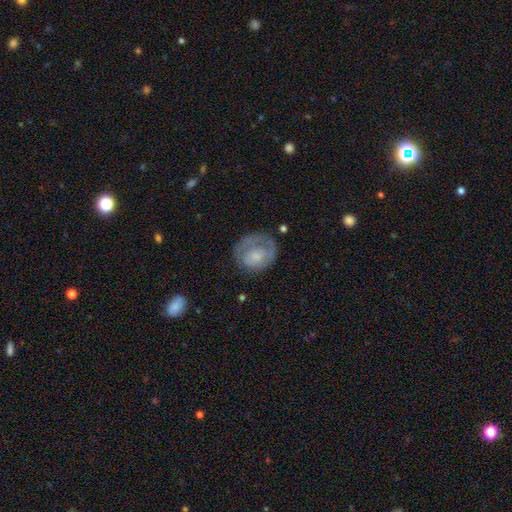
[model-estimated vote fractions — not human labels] Smooth or featured? Predicted: smooth (p=0.51). How rounded? Predicted: round (p=0.70). Merging? Predicted: none (p=0.56).